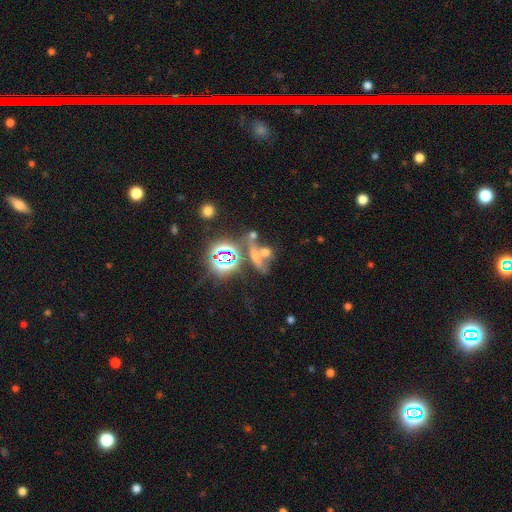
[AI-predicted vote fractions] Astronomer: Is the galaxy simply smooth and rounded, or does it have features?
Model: star or artifact — 42% (runner-up: smooth, 39%).